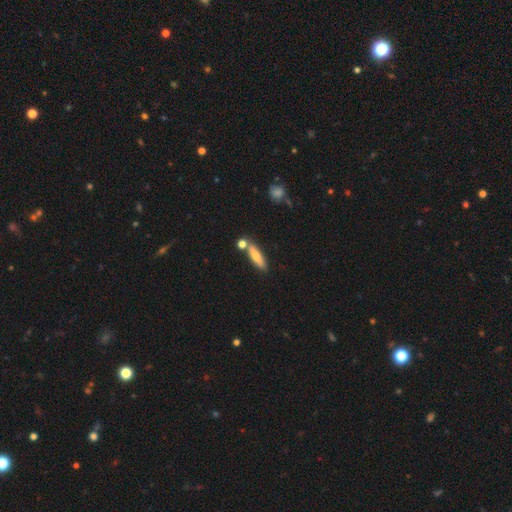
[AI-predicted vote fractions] A smooth galaxy with no disk features (67%) that is cigar-shaped (68%).

Vote fractions:
- Smooth or featured? smooth: 67% / featured or disk: 26% / star or artifact: 7%
- How rounded? cigar-shaped: 68% / in between: 29% / round: 3%
- Merging? none: 69% / merger: 16% / minor disturbance: 12% / major disturbance: 3%